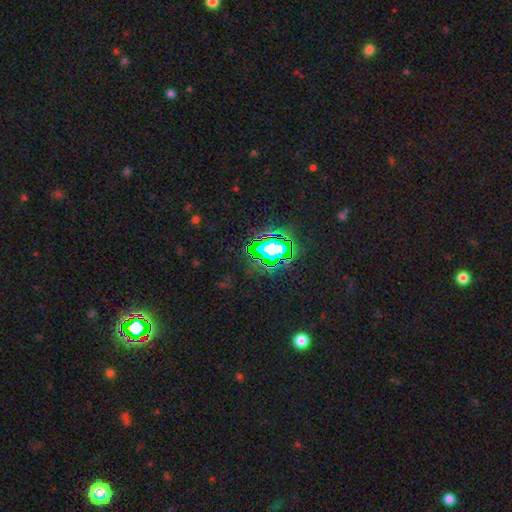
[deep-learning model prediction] smooth_or_featured: star or artifact (p=0.79) [alt: smooth p=0.13]